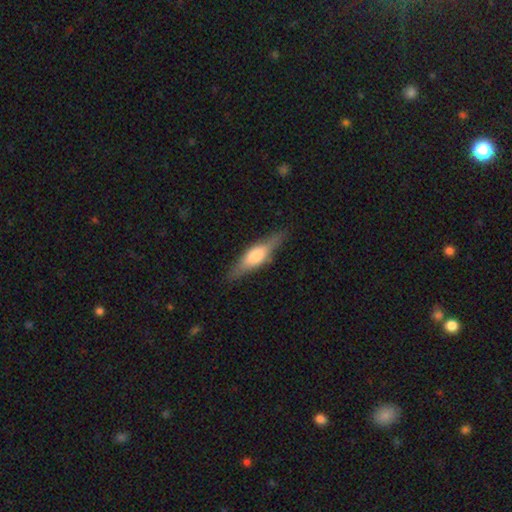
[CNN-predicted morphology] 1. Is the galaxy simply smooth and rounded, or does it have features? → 49% smooth, 45% featured or disk, 6% star or artifact.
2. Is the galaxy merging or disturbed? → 81% none, 14% minor disturbance, 4% major disturbance, 1% merger.